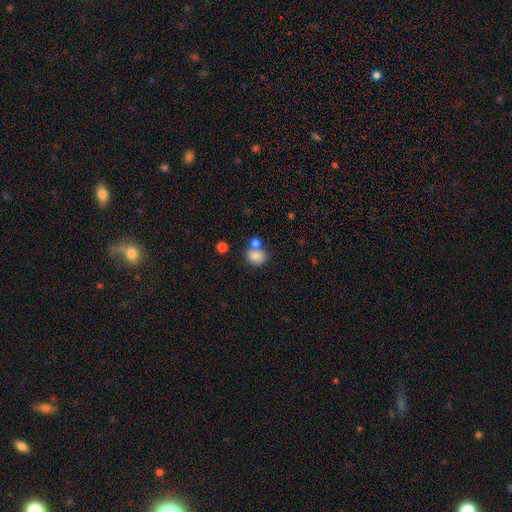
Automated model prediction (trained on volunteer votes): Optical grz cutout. It shows a smooth galaxy with no disk features (82%) that is round (54%). Merging: none (46%).